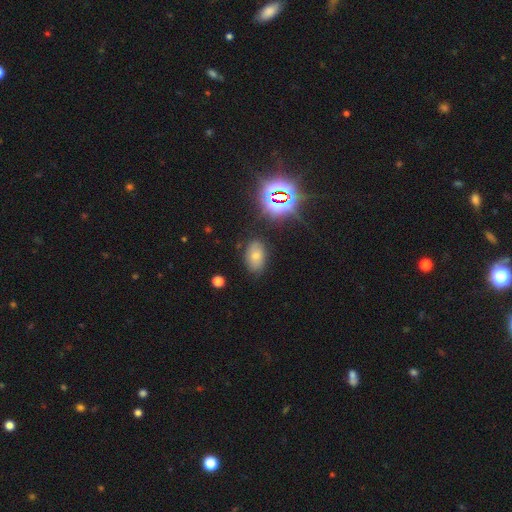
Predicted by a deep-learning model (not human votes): Smooth or featured?
  - smooth: 47% *
  - star or artifact: 38%
  - featured or disk: 16%
Merging?
  - none: 82% *
  - minor disturbance: 12%
  - major disturbance: 3%
  - merger: 2%